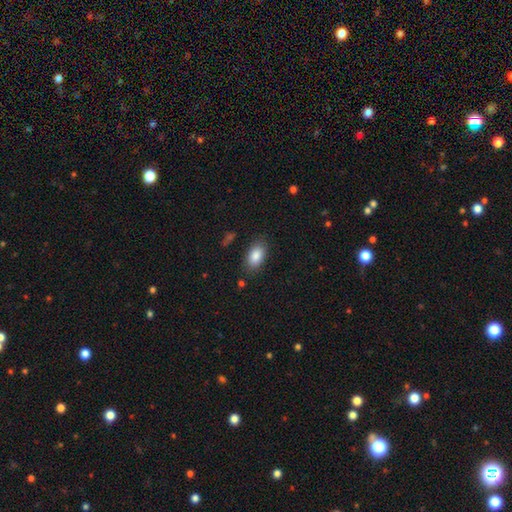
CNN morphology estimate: Smooth or featured? Predicted: smooth (p=0.87). How rounded? Predicted: in between (p=0.92). Merging? Predicted: none (p=0.83).